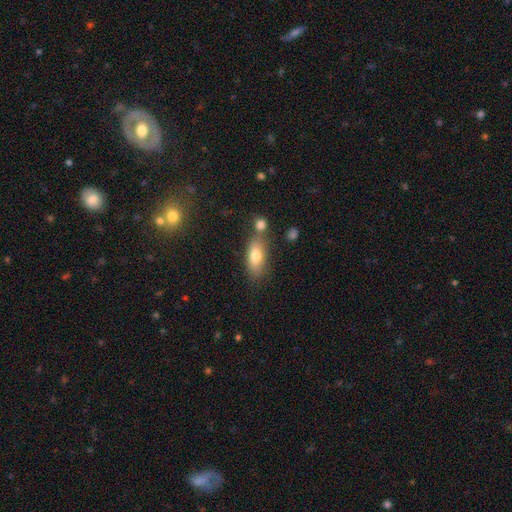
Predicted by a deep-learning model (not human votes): Smooth or featured?
  - smooth: 77% *
  - featured or disk: 15%
  - star or artifact: 8%
How rounded?
  - in between: 78% *
  - cigar-shaped: 18%
  - round: 4%
Merging?
  - none: 62% *
  - merger: 18%
  - minor disturbance: 15%
  - major disturbance: 5%